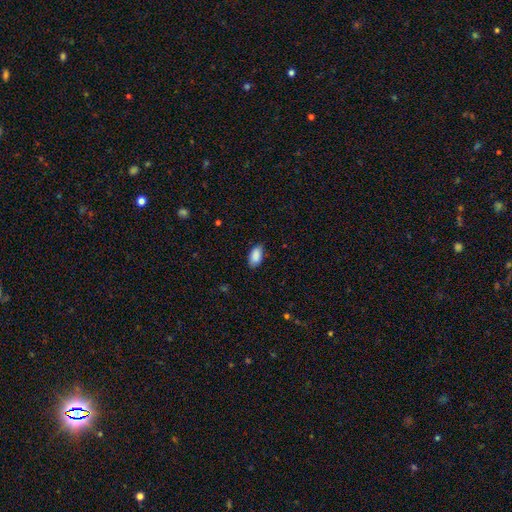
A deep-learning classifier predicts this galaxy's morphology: A smooth galaxy with no disk features (89%) that is in between round and cigar-shaped (94%). Merging: none (79%).